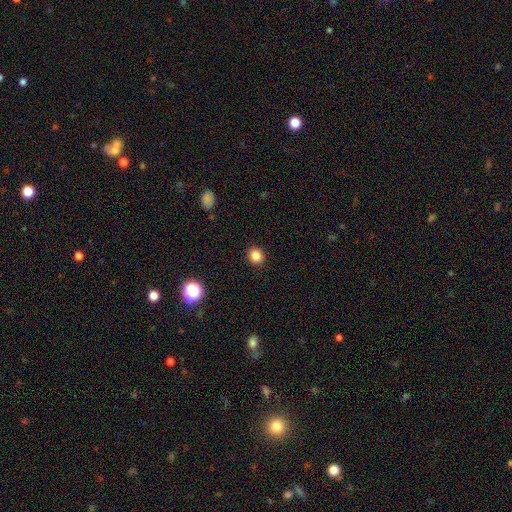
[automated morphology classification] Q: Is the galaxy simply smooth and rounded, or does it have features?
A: smooth — 84%.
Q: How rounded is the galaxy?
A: round — 83%.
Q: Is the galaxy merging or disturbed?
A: none — 92%.